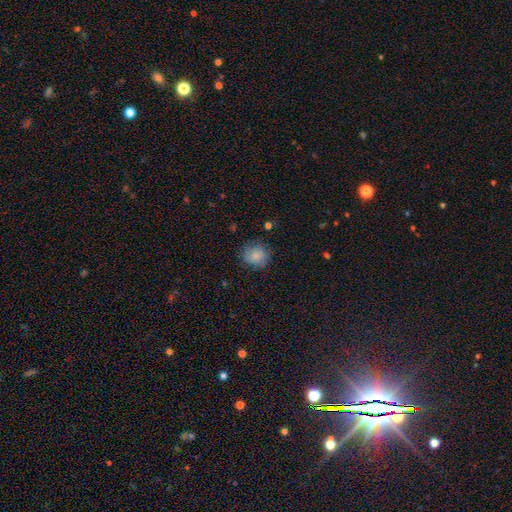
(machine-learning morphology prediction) Smooth or featured: smooth — 79% (featured or disk — 13%)
How rounded: round — 83% (in between — 16%)
Merging: none — 74% (minor disturbance — 19%)